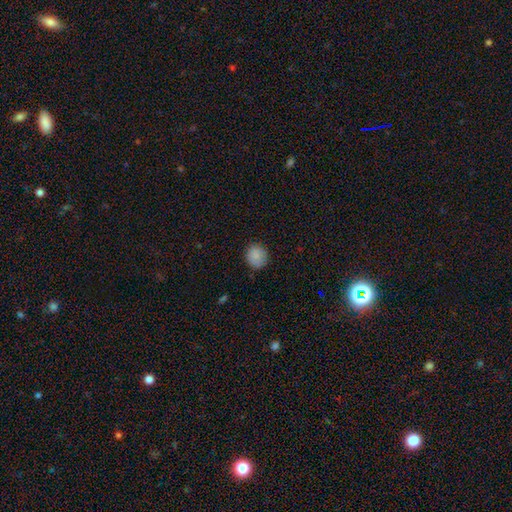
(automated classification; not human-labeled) smooth-or-featured: smooth: 87% | star or artifact: 9% | featured or disk: 4%
  how-rounded: round: 84% | in between: 15% | cigar-shaped: 1%
  merging: none: 83% | minor disturbance: 13% | major disturbance: 3% | merger: 1%